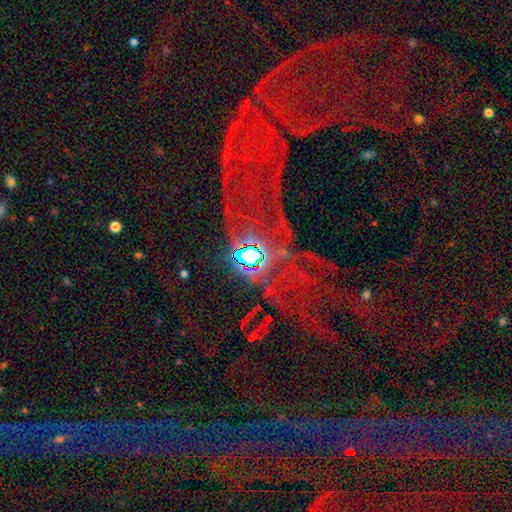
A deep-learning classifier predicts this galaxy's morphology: The model was most divided on "smooth or featured": star or artifact: 81%, featured or disk: 10%, smooth: 9%.